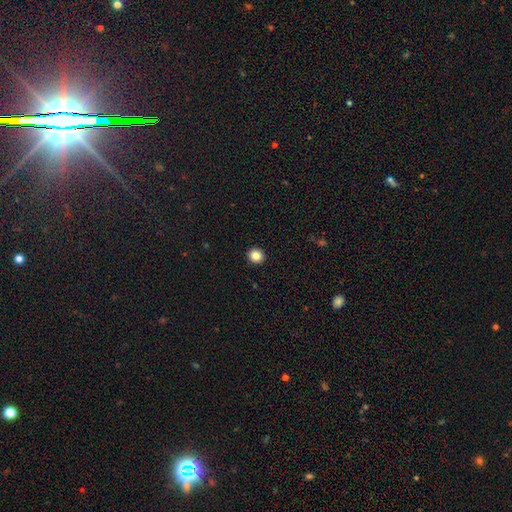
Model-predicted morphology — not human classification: Q: Smooth or featured?
A: smooth (85%); runner-up: star or artifact (10%)
Q: How rounded?
A: round (88%); runner-up: in between (11%)
Q: Merging?
A: none (93%); runner-up: minor disturbance (4%)